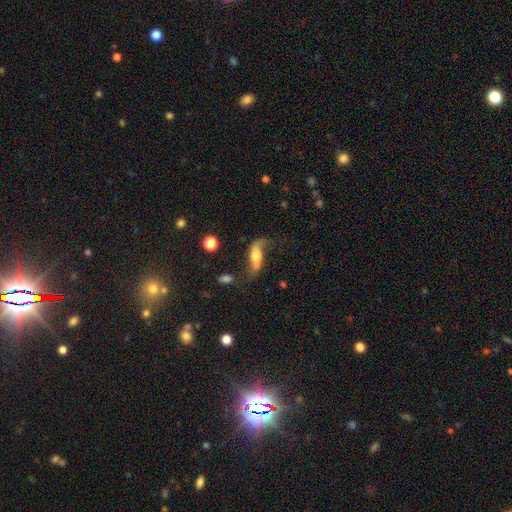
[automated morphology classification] A featured or disk galaxy (69%) with no bar (52%), 2 (85%) loose (87%) spiral arms (89%) and a moderate central bulge (52%).

Vote fractions:
- Smooth or featured? featured or disk: 69% / smooth: 24% / star or artifact: 7%
- Edge-on disk? no: 84% / yes: 16%
- Bar? no: 52% / weak: 31% / strong: 17%
- Spiral arms? yes: 89% / no: 11%
- Spiral winding? loose: 87% / medium: 10% / tight: 3%
- Spiral arm count? 2: 85% / 1: 9% / can't tell: 3% / 3: 1% / 4: 1% / more than 4: 1%
- Bulge size? moderate: 52% / large: 22% / small: 18% / none: 5% / dominant: 3%
- Merging? none: 51% / minor disturbance: 23% / major disturbance: 19% / merger: 6%